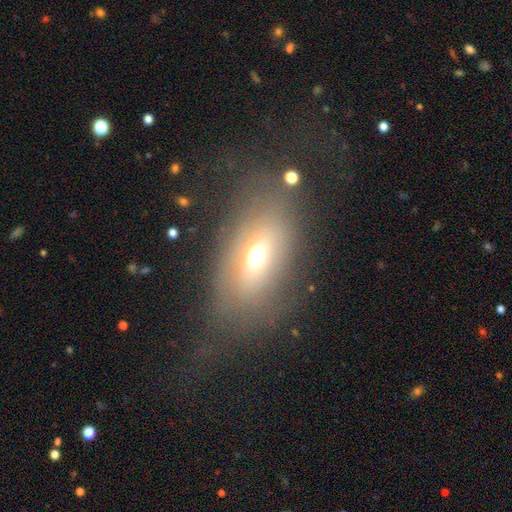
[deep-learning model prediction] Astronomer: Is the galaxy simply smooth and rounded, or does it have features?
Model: smooth — 57%.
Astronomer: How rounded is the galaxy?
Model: in between — 81%.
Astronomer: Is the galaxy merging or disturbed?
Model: none — 62%.